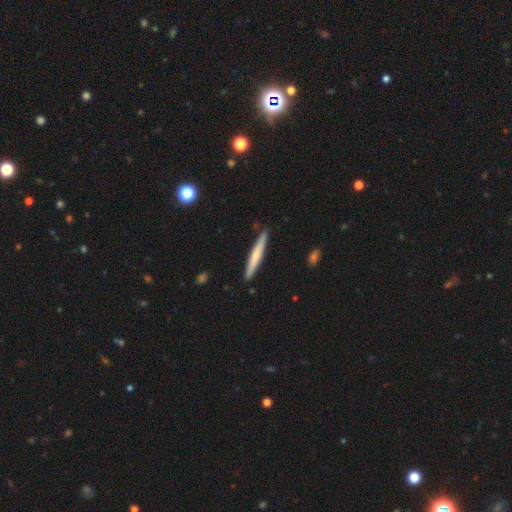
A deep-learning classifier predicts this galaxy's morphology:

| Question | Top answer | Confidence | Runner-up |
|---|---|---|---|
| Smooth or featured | smooth | 57% | featured or disk (38%) |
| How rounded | cigar-shaped | 96% | in between (3%) |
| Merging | none | 90% | minor disturbance (8%) |